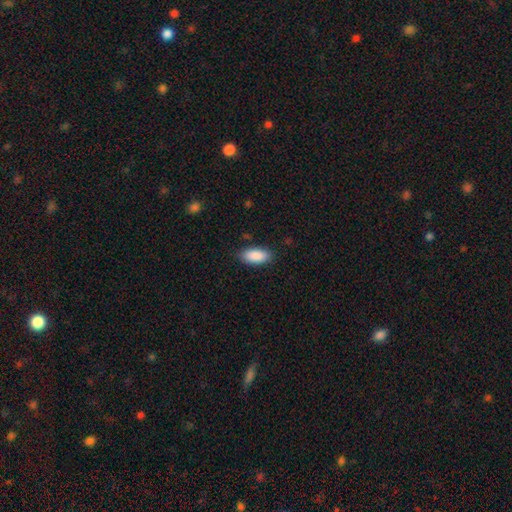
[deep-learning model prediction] Overall: smooth (90%). How rounded: in between (90%). Merging: none (86%).